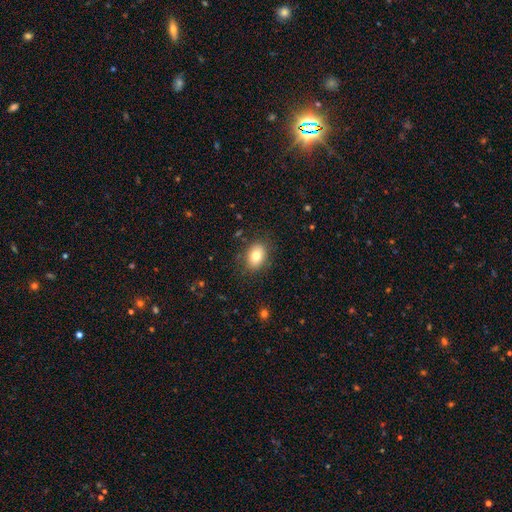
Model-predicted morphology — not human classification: Overall: smooth (79%). How rounded: in between (70%). Merging: none (84%).